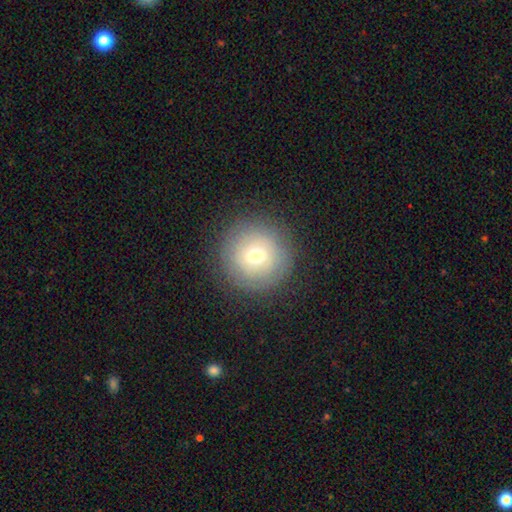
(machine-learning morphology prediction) A smooth galaxy with no disk features (59%) that is round (95%).

Vote fractions:
- Smooth or featured? smooth: 59% / featured or disk: 29% / star or artifact: 12%
- How rounded? round: 95% / in between: 4% / cigar-shaped: 1%
- Merging? none: 86% / minor disturbance: 9% / major disturbance: 4% / merger: 1%